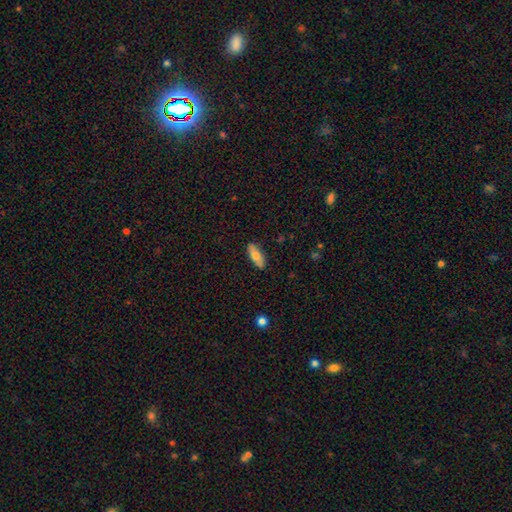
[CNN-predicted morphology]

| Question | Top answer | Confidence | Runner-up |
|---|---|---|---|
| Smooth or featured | smooth | 67% | featured or disk (26%) |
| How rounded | in between | 69% | cigar-shaped (28%) |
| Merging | none | 88% | minor disturbance (9%) |